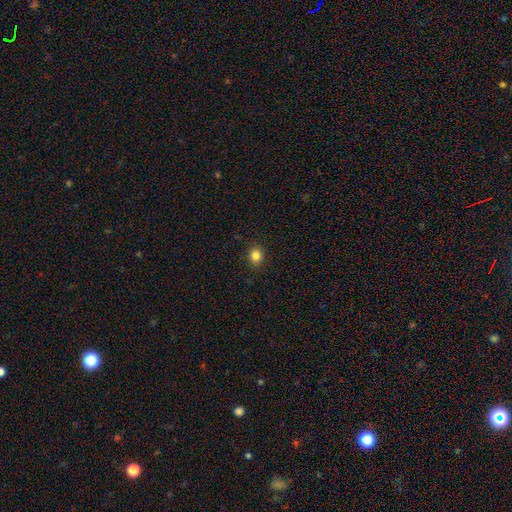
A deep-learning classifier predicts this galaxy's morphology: Smooth or featured?
  - smooth: 84% *
  - star or artifact: 11%
  - featured or disk: 5%
How rounded?
  - round: 67% *
  - in between: 32%
  - cigar-shaped: 1%
Merging?
  - none: 90% *
  - minor disturbance: 7%
  - major disturbance: 2%
  - merger: 1%